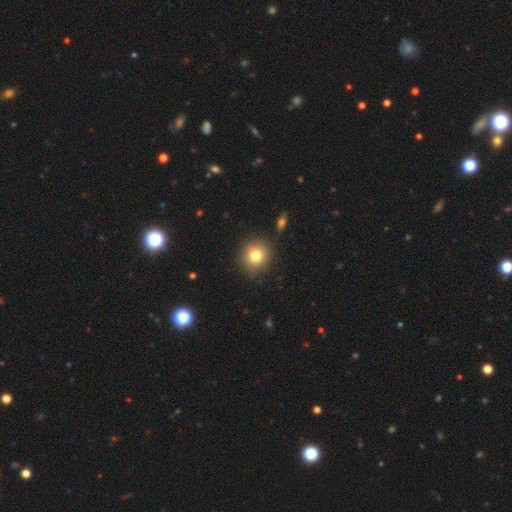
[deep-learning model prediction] smooth-or-featured: smooth: 77% | star or artifact: 12% | featured or disk: 11%
  how-rounded: round: 89% | in between: 10% | cigar-shaped: 1%
  merging: none: 84% | minor disturbance: 10% | merger: 3% | major disturbance: 3%